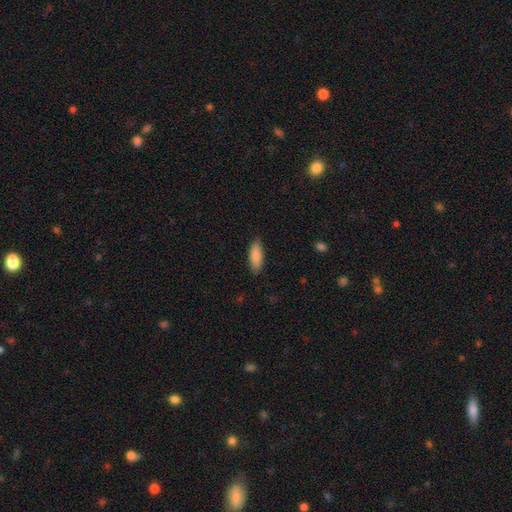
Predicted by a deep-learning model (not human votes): Morphology: type=smooth (87%); roundness=in between (61%); merging=none (87%).